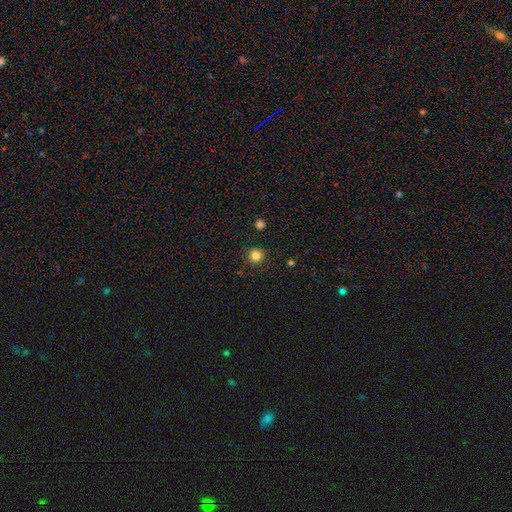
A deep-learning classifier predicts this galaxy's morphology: This appears to be a smooth galaxy with no disk features (82%) that is round (93%). Merging: none (89%).